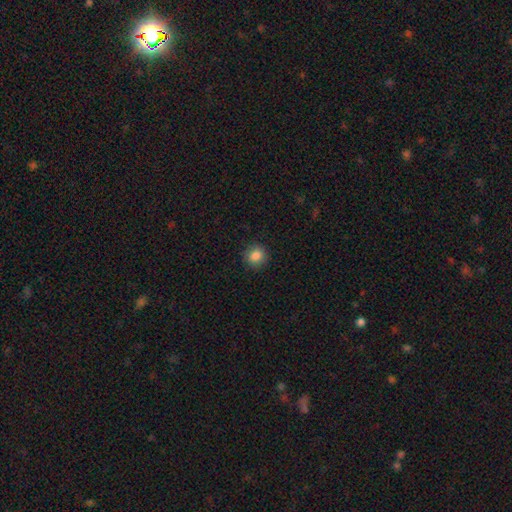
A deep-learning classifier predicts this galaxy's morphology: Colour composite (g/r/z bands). It shows a smooth galaxy with no disk features (86%) that is round (84%). Merging: none (89%).